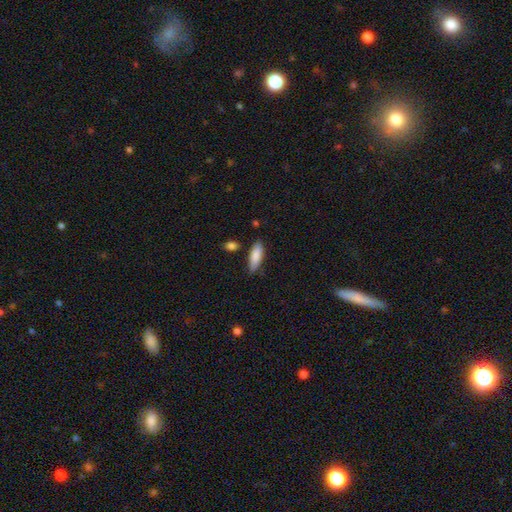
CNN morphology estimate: type=smooth (86%); roundness=in between (63%); merging=none (75%).